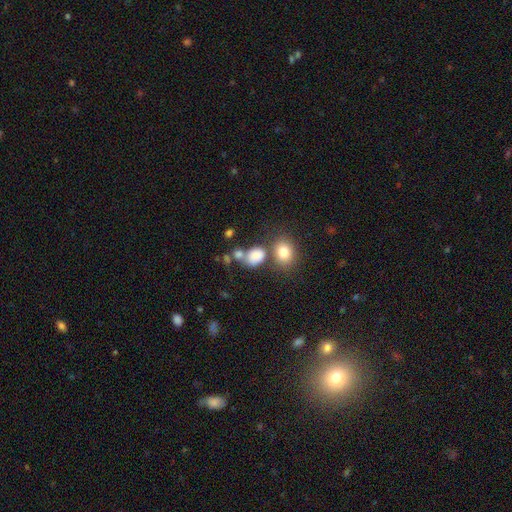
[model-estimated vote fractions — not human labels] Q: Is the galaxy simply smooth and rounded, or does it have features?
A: smooth — 82%.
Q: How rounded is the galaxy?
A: in between — 60%.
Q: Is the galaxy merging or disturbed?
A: none — 46%.